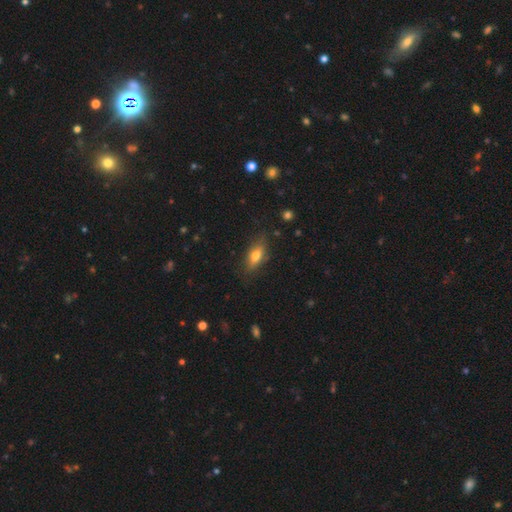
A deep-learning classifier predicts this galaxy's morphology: smooth_or_featured: smooth (p=0.65) [alt: featured or disk p=0.26]
how_rounded: in between (p=0.72) [alt: cigar-shaped p=0.24]
merging: none (p=0.77) [alt: minor disturbance p=0.17]